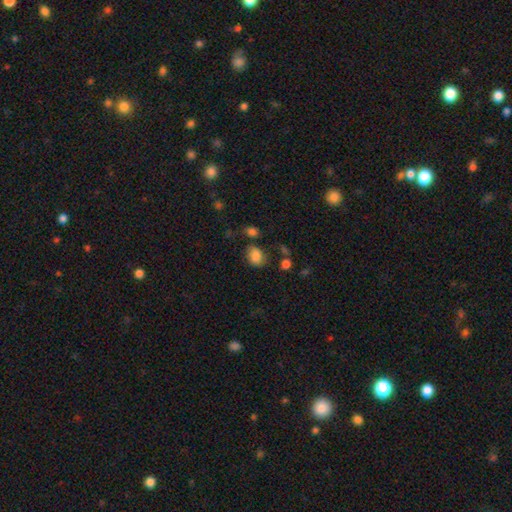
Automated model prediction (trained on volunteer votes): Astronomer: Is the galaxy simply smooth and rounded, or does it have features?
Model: smooth — 81%.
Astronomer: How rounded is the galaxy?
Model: in between — 62%.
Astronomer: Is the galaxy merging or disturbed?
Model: none — 63%.